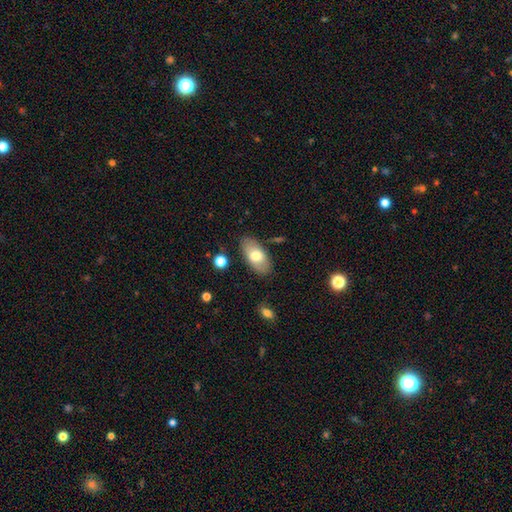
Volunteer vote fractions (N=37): A smooth galaxy with no disk features (89%) that is in between round and cigar-shaped (97%).

Vote fractions:
- Smooth or featured? smooth: 89% / featured or disk: 8% / star or artifact: 3%
- How rounded? in between: 97% / cigar-shaped: 3% / round: 0%
- Merging? none: 81% / minor disturbance: 8% / major disturbance: 6% / merger: 6%